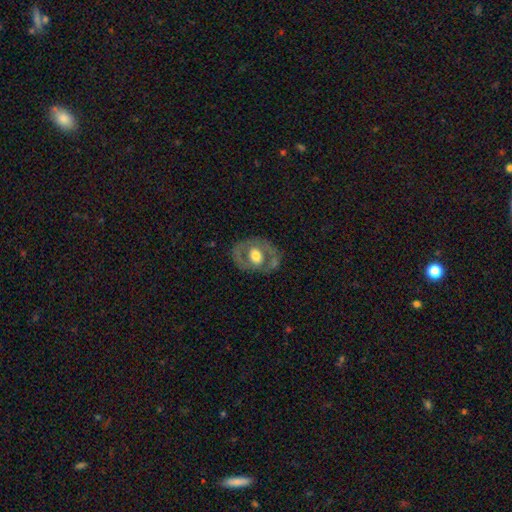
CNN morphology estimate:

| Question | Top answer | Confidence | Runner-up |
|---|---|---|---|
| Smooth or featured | featured or disk | 60% | smooth (34%) |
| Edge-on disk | no | 94% | yes (6%) |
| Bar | no | 73% | weak (20%) |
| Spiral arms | no | 73% | yes (27%) |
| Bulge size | moderate | 54% | large (37%) |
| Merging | none | 69% | minor disturbance (19%) |